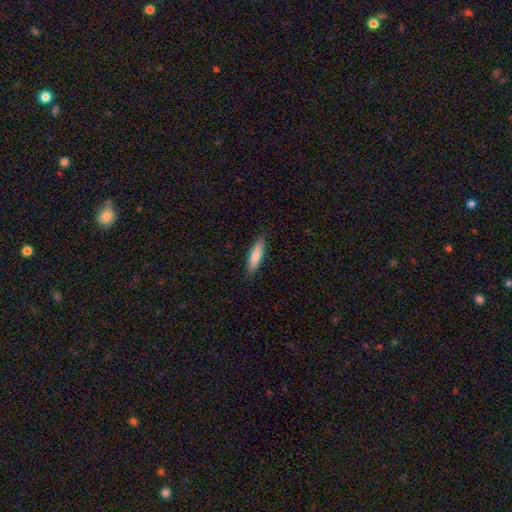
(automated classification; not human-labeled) Smooth or featured: smooth — 78% (featured or disk — 17%)
How rounded: cigar-shaped — 71% (in between — 28%)
Merging: none — 87% (minor disturbance — 10%)